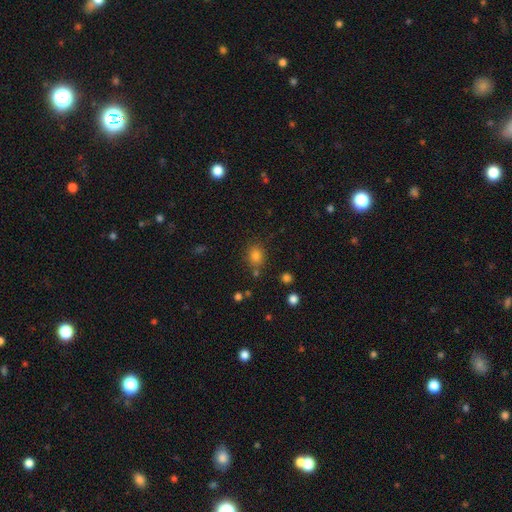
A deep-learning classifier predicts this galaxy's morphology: This appears to be a smooth galaxy with no disk features (80%) that is round (62%). Merging: none (78%).